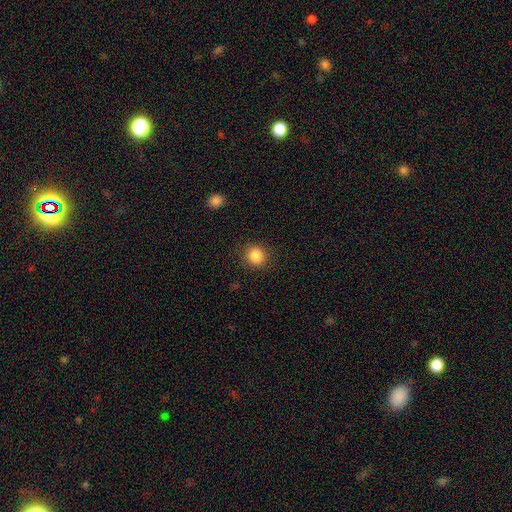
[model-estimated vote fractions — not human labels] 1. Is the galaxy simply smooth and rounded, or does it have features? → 85% smooth, 11% star or artifact, 4% featured or disk.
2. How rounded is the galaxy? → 88% round, 11% in between, 1% cigar-shaped.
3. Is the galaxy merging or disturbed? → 88% none, 8% minor disturbance, 3% major disturbance, 1% merger.